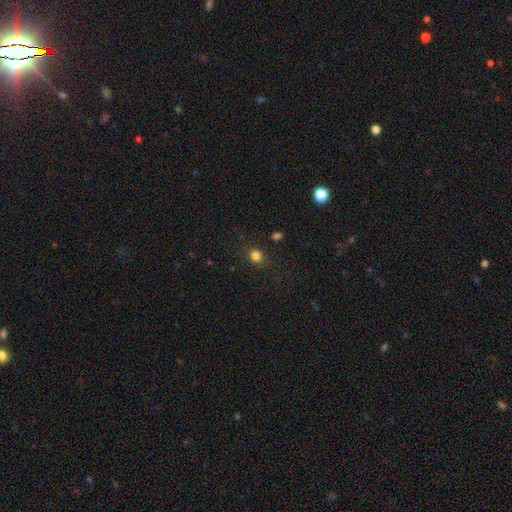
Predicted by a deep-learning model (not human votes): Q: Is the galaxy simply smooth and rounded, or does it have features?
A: smooth — 81%.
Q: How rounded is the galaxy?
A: round — 77%.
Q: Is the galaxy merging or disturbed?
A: none — 85%.